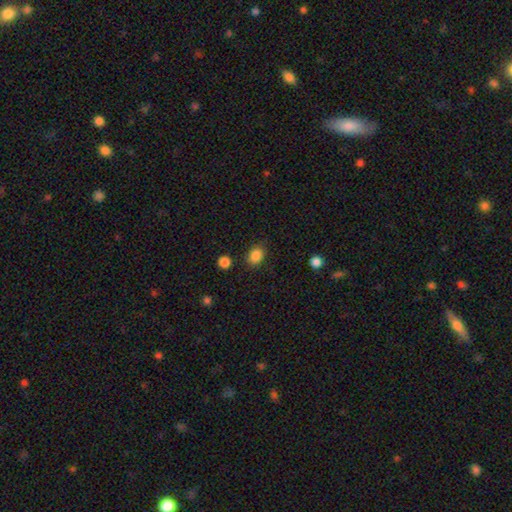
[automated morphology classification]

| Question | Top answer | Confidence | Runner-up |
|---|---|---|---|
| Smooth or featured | smooth | 86% | star or artifact (10%) |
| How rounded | in between | 55% | round (44%) |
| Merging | none | 82% | minor disturbance (12%) |